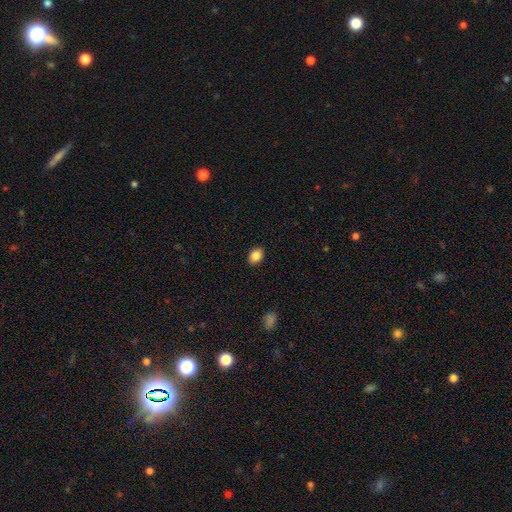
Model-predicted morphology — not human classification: Smooth or featured? smooth (87%)
How rounded? in between (56%)
Merging? none (90%)